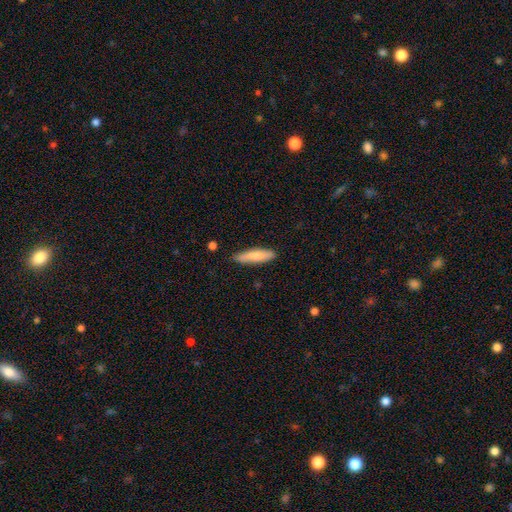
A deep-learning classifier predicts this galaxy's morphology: A smooth galaxy with no disk features (76%) that is cigar-shaped (75%).

Vote fractions:
- Smooth or featured? smooth: 76% / featured or disk: 18% / star or artifact: 6%
- How rounded? cigar-shaped: 75% / in between: 24% / round: 1%
- Merging? none: 81% / minor disturbance: 15% / major disturbance: 2% / merger: 2%